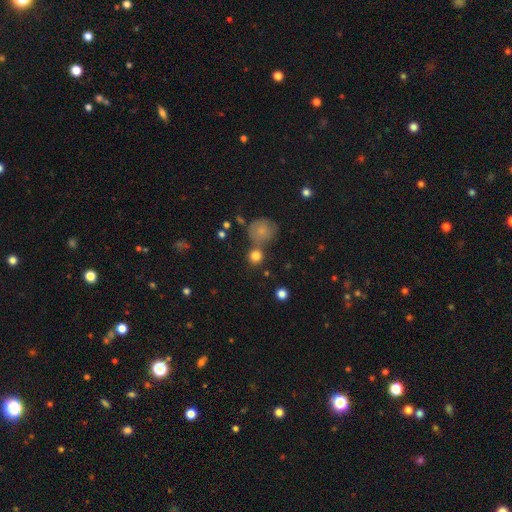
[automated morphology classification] type=smooth (81%); roundness=round (90%); merging=none (64%).